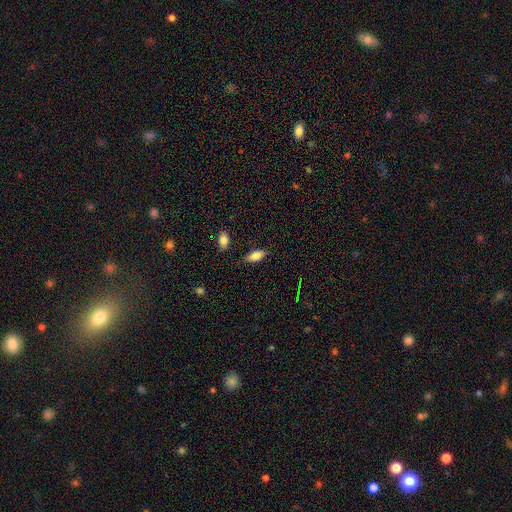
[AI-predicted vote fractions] Q: Smooth or featured?
A: smooth (79%); runner-up: featured or disk (13%)
Q: How rounded?
A: in between (82%); runner-up: cigar-shaped (15%)
Q: Merging?
A: none (81%); runner-up: minor disturbance (14%)